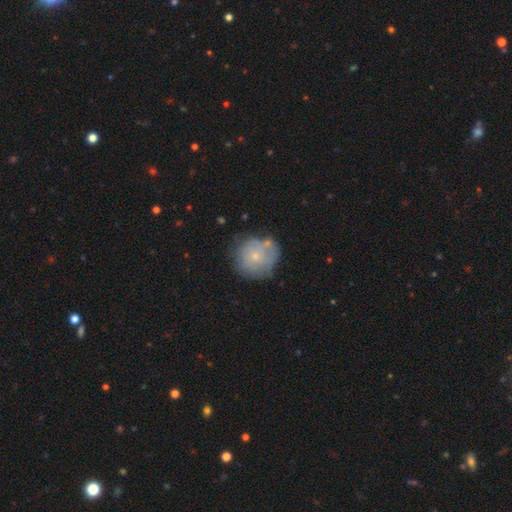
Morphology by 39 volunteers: A smooth galaxy with no disk features (62%) that is round (88%). Merging: none (56%).